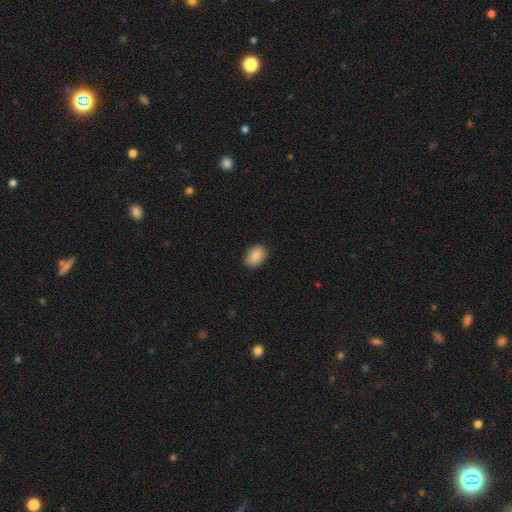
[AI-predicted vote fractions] A smooth galaxy with no disk features (88%) that is in between round and cigar-shaped (82%). Merging: none (84%).